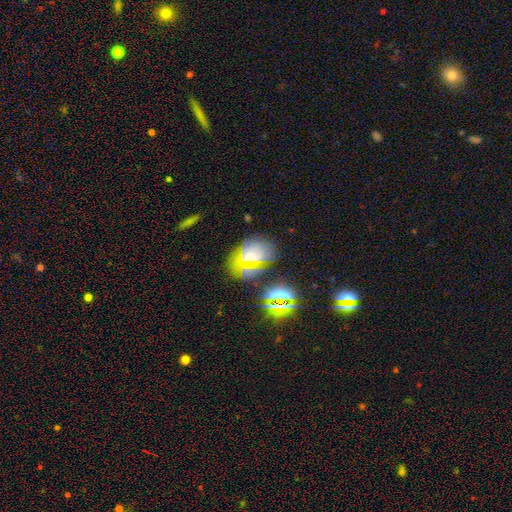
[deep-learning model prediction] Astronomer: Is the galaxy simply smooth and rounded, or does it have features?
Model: smooth — 43% (runner-up: star or artifact, 32%).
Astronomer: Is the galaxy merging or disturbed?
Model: none — 63%.